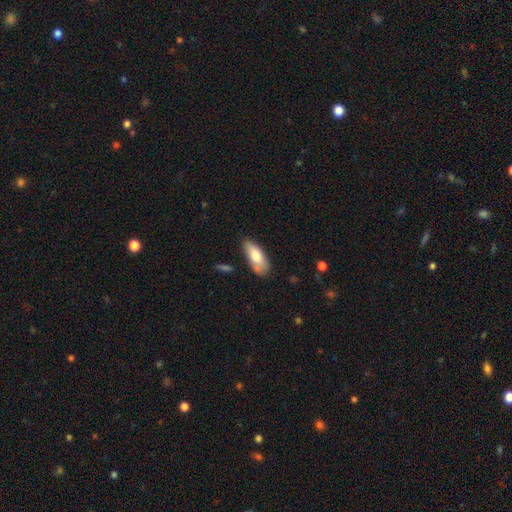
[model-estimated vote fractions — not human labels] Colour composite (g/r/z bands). It shows a smooth galaxy with no disk features (74%) that is in between round and cigar-shaped (77%). Merging: none (68%).